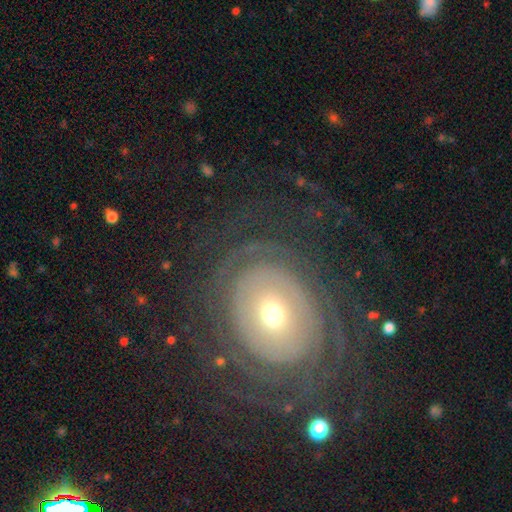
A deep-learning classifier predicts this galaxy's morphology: This is likely a featured or disk galaxy (73%). It is clearly not viewed edge-on (95%). Bar: likely no (74%). Spiral arm pattern: likely yes (72%). Spiral arm count: possibly can't tell (49%). Spiral winding: likely tight (77%). Central bulge: possibly moderate (55%). Merging: likely none (75%).